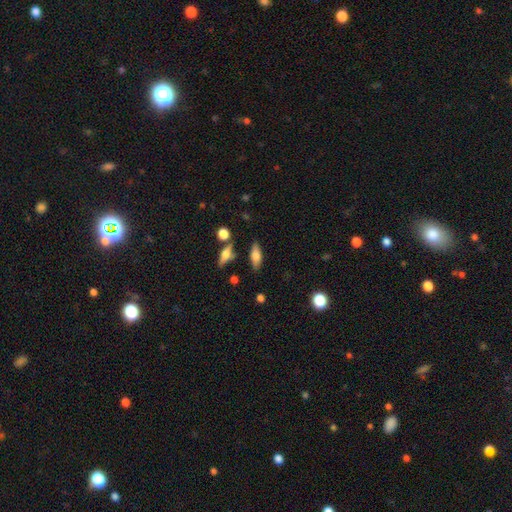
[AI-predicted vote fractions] smooth 69%, featured or disk 23%, star or artifact 8%. Down the decision tree: how rounded — in between (71%); merging — none (76%).